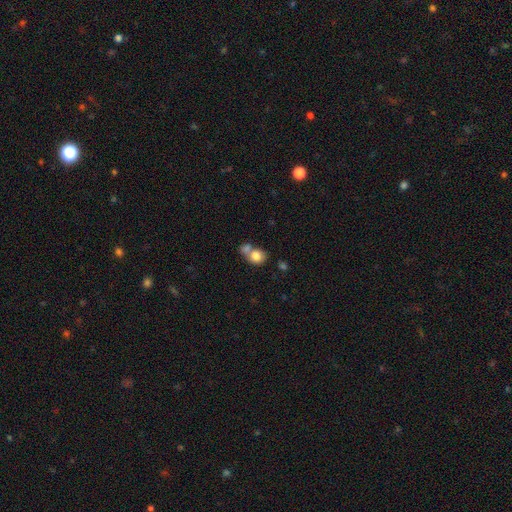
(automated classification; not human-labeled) Q: Smooth or featured?
A: smooth (81%); runner-up: featured or disk (11%)
Q: How rounded?
A: round (61%); runner-up: in between (37%)
Q: Merging?
A: merger (52%); runner-up: none (33%)